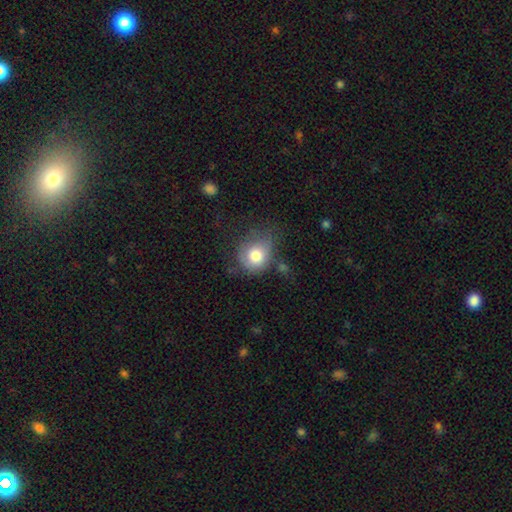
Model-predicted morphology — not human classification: Smooth or featured?
  - smooth: 76% *
  - featured or disk: 15%
  - star or artifact: 9%
How rounded?
  - round: 72% *
  - in between: 27%
  - cigar-shaped: 1%
Merging?
  - none: 48% *
  - minor disturbance: 30%
  - major disturbance: 17%
  - merger: 5%